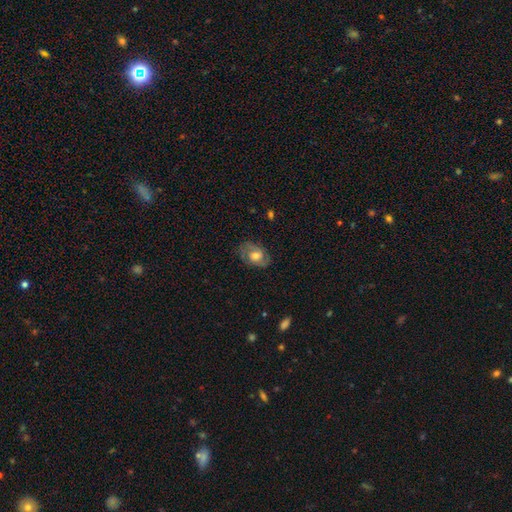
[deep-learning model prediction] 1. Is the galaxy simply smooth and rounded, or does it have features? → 61% featured or disk, 30% smooth, 8% star or artifact.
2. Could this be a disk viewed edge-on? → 96% no, 4% yes.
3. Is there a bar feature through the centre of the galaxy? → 60% no, 33% weak, 7% strong.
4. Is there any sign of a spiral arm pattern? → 81% yes, 19% no.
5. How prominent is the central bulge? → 64% moderate, 18% large, 15% small, 2% none, 2% dominant.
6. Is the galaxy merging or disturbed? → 77% none, 16% minor disturbance, 6% major disturbance, 1% merger.